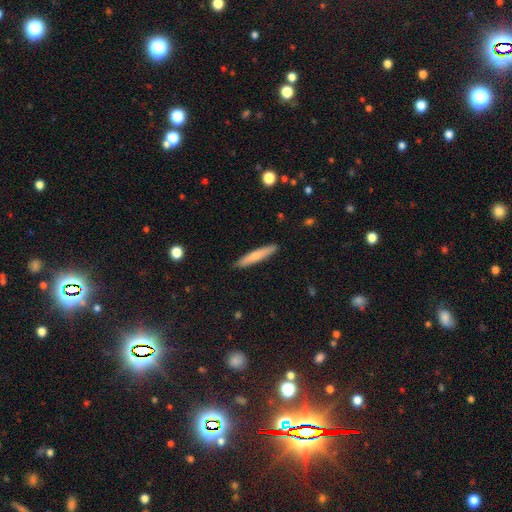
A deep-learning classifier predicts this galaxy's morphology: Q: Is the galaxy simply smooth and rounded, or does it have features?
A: smooth — 71%.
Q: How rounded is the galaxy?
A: cigar-shaped — 92%.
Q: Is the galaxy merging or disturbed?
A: none — 90%.